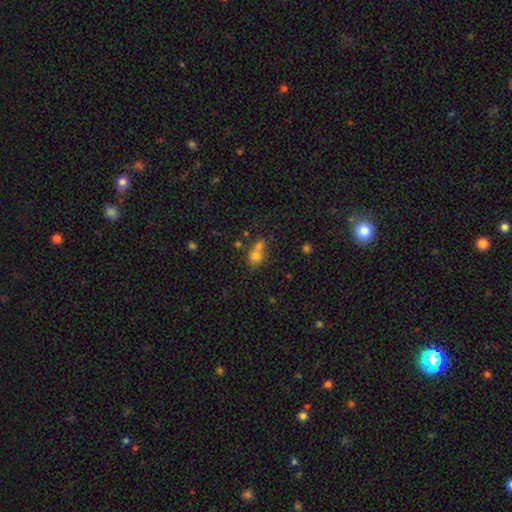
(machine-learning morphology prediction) The model was most divided on "merging": merger: 49%, none: 39%, minor disturbance: 9%, major disturbance: 4%. More confident: how rounded — round (75%); smooth or featured — smooth (72%).